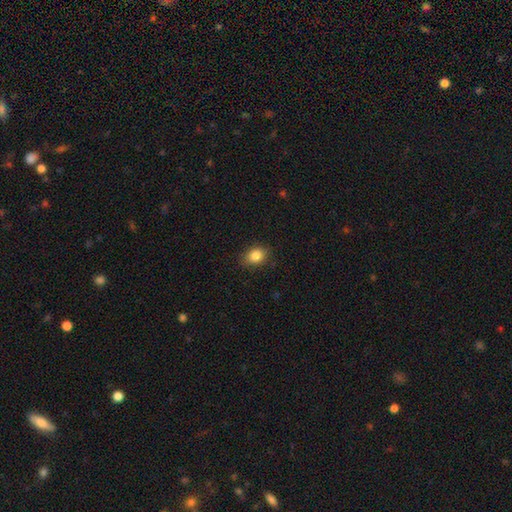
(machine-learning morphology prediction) Q: Smooth or featured?
A: smooth (85%); runner-up: star or artifact (10%)
Q: How rounded?
A: in between (58%); runner-up: round (41%)
Q: Merging?
A: none (83%); runner-up: minor disturbance (13%)